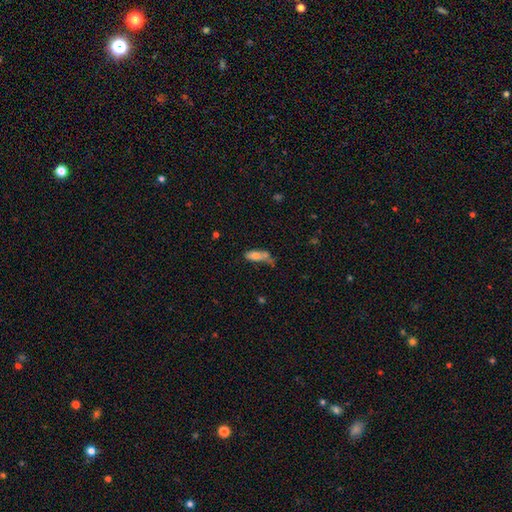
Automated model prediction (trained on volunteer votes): Morphology: type=smooth (71%); roundness=in between (66%); merging=none (37%).